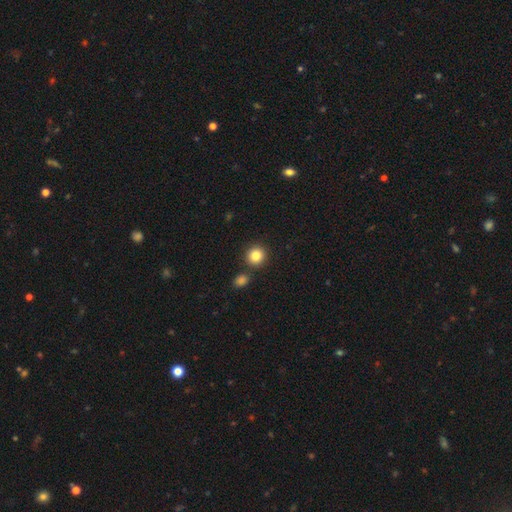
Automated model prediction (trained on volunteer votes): Morphology: type=smooth (85%); roundness=round (89%); merging=none (81%).